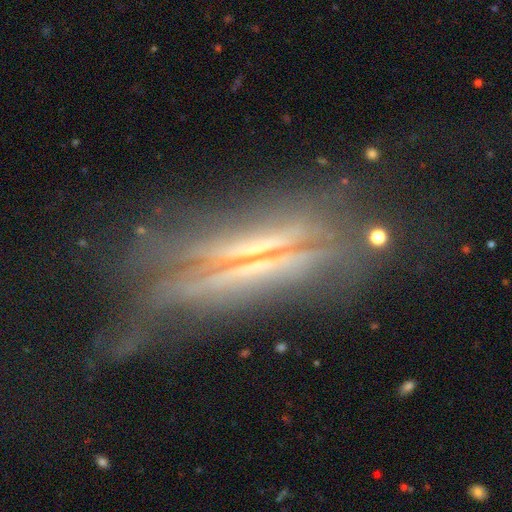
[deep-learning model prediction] Smooth or featured?
  - featured or disk: 74% *
  - smooth: 13%
  - star or artifact: 13%
Edge-on disk?
  - yes: 87% *
  - no: 13%
Edge-on bulge?
  - none: 50% *
  - rounded: 34%
  - boxy: 16%
Merging?
  - none: 55% *
  - minor disturbance: 22%
  - major disturbance: 19%
  - merger: 4%